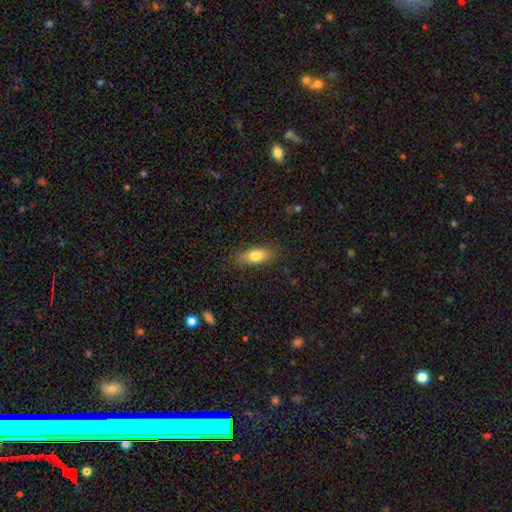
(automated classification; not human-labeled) This is likely a smooth galaxy (73%). How rounded: likely in between (71%). Merging: clearly none (84%).